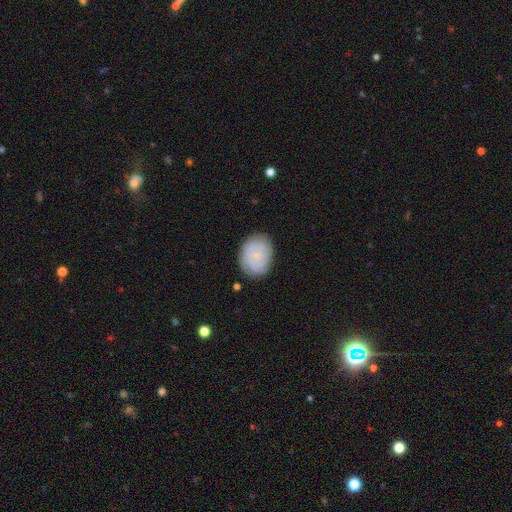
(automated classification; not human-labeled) The model was most divided on "smooth or featured": smooth: 47%, featured or disk: 45%, star or artifact: 8%. More confident: merging — none (81%).